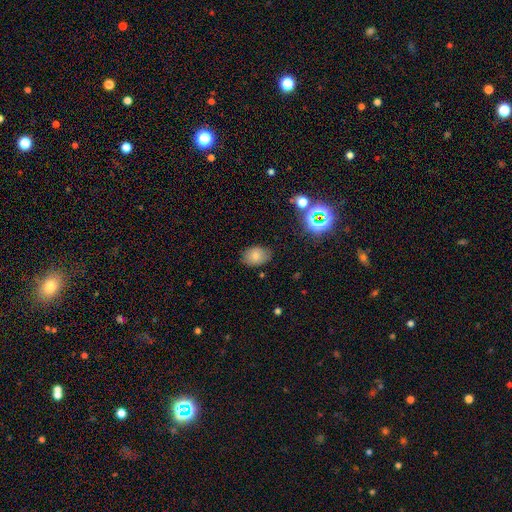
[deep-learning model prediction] Q: Smooth or featured?
A: smooth (75%); runner-up: star or artifact (13%)
Q: How rounded?
A: in between (77%); runner-up: round (22%)
Q: Merging?
A: none (80%); runner-up: minor disturbance (15%)